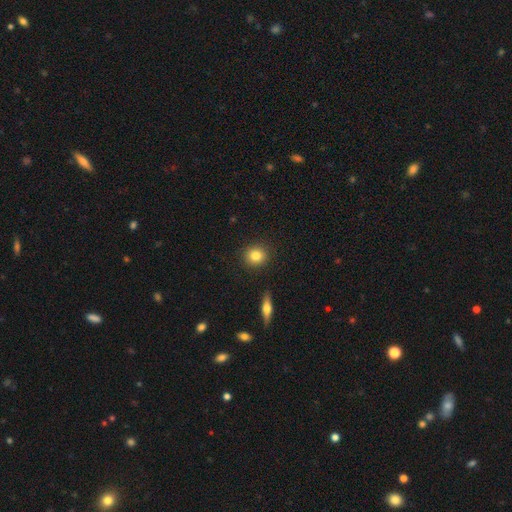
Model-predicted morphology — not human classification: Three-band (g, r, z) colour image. It shows a smooth galaxy with no disk features (82%) that is round (86%). Merging: none (90%).